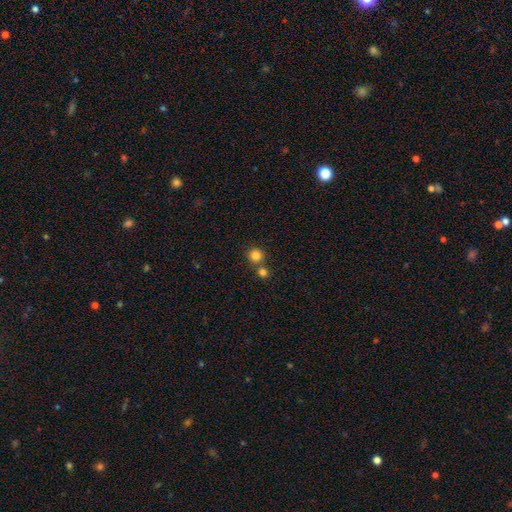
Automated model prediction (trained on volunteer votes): This is clearly a smooth galaxy (82%). How rounded: clearly round (93%). Merging: likely none (67%).